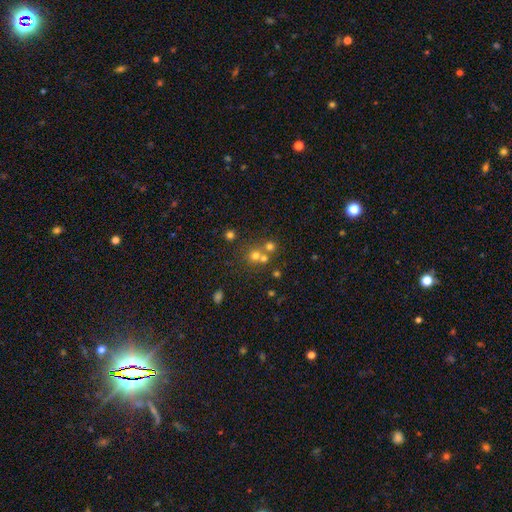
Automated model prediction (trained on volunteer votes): Morphology: type=smooth (63%); roundness=round (85%); merging=none (50%).